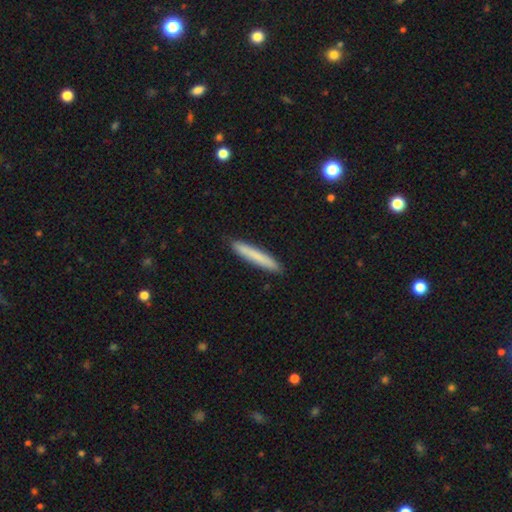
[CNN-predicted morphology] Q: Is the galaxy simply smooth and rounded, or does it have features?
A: smooth — 78%.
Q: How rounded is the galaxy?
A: cigar-shaped — 95%.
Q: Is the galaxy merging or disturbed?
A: none — 91%.